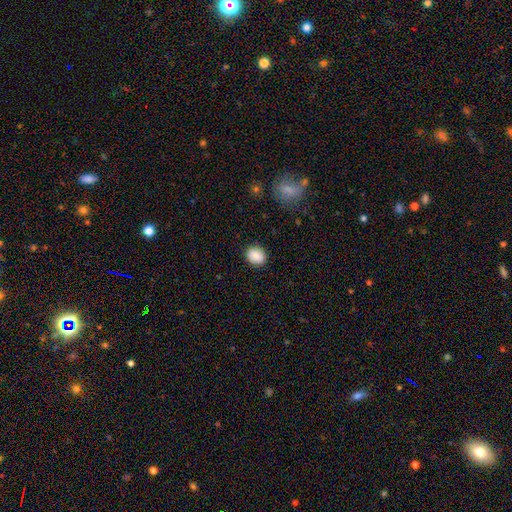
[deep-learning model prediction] Smooth or featured? Predicted: smooth (p=0.88). How rounded? Predicted: round (p=0.58). Merging? Predicted: none (p=0.86).